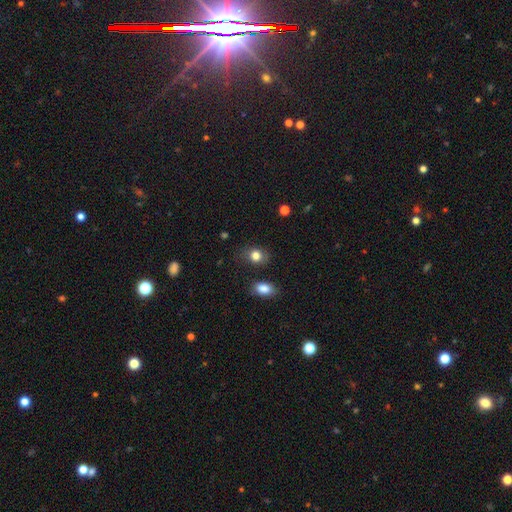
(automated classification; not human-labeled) Smooth or featured: smooth — 82% (star or artifact — 10%)
How rounded: in between — 56% (round — 42%)
Merging: none — 77% (minor disturbance — 16%)